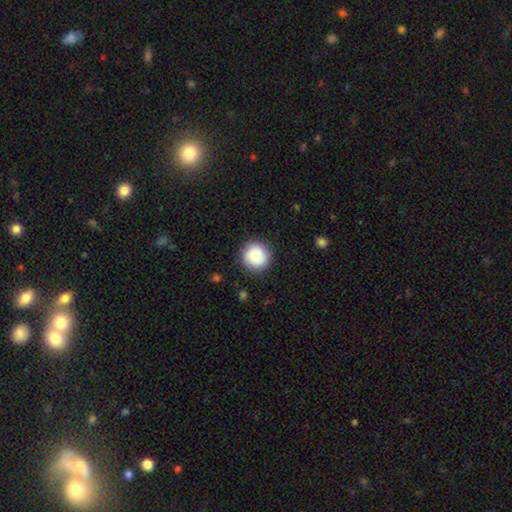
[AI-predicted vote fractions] Overall: smooth (85%). How rounded: round (94%). Merging: none (88%).